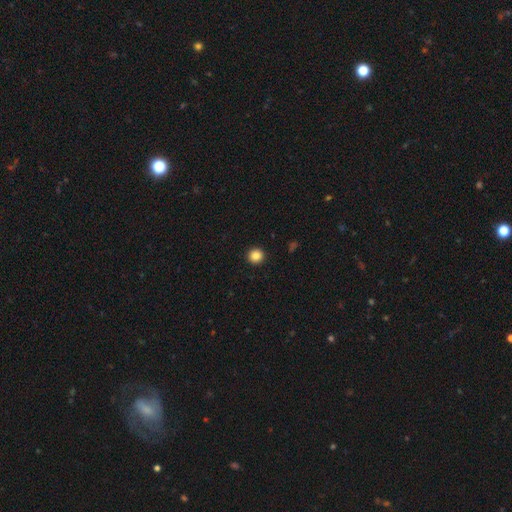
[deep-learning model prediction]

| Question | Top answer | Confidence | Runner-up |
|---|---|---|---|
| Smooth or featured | smooth | 86% | star or artifact (10%) |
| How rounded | round | 95% | in between (4%) |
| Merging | none | 94% | minor disturbance (4%) |